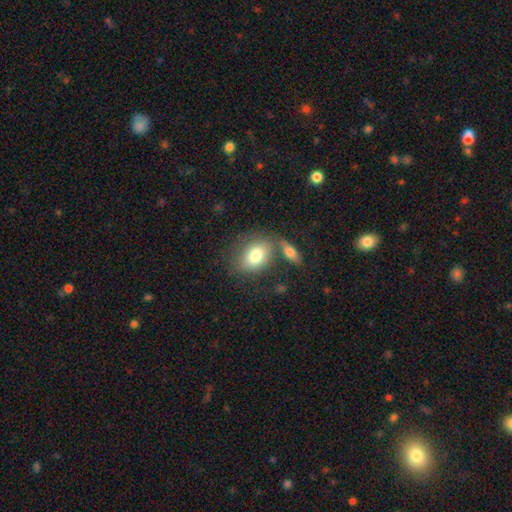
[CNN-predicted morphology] smooth-or-featured: smooth: 78% | featured or disk: 14% | star or artifact: 7%
  how-rounded: in between: 73% | round: 25% | cigar-shaped: 2%
  merging: none: 55% | merger: 25% | minor disturbance: 13% | major disturbance: 6%